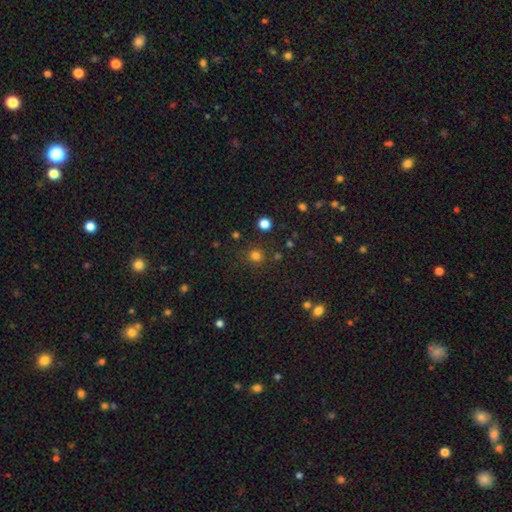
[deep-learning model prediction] Morphology: type=smooth (77%); roundness=round (88%); merging=none (84%).